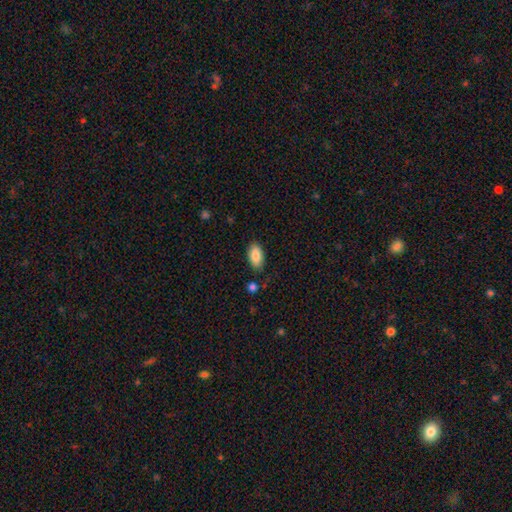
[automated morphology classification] Q: Smooth or featured?
A: smooth (88%); runner-up: star or artifact (7%)
Q: How rounded?
A: in between (94%); runner-up: round (3%)
Q: Merging?
A: none (84%); runner-up: minor disturbance (11%)